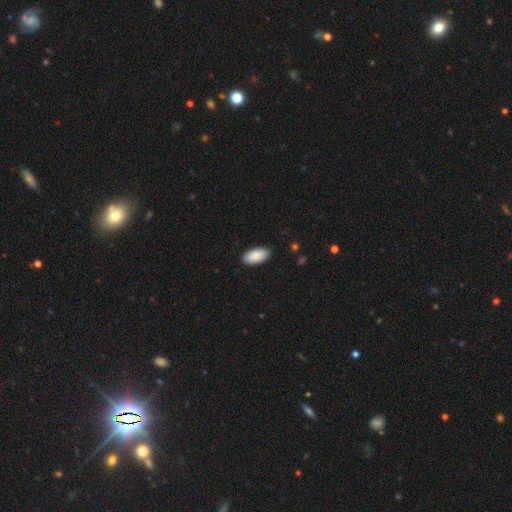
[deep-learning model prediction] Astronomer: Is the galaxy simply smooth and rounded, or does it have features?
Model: smooth — 91%.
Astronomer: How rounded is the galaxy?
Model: in between — 95%.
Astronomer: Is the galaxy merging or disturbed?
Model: none — 89%.